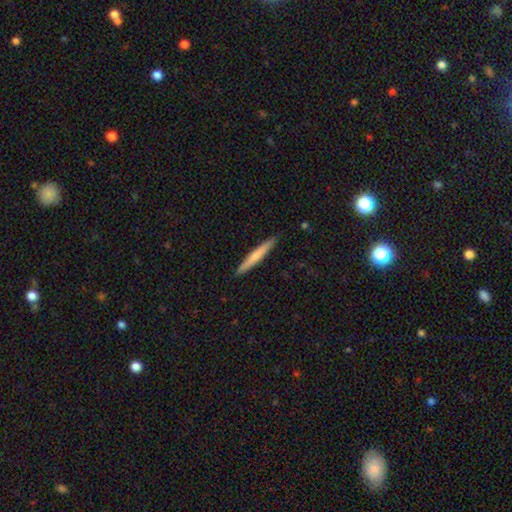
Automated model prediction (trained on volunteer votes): A smooth galaxy with no disk features (60%) that is cigar-shaped (96%).

Vote fractions:
- Smooth or featured? smooth: 60% / featured or disk: 35% / star or artifact: 5%
- How rounded? cigar-shaped: 96% / in between: 3% / round: 1%
- Merging? none: 92% / minor disturbance: 6% / major disturbance: 1% / merger: 1%